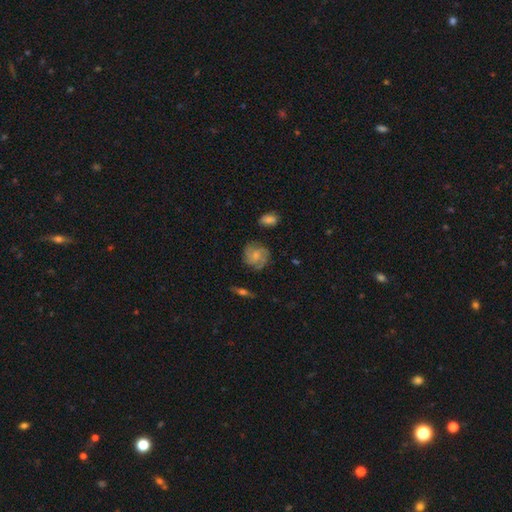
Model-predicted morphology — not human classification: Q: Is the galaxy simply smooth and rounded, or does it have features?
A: featured or disk — 59%.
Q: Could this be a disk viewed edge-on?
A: no — 97%.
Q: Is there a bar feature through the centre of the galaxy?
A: no — 67%.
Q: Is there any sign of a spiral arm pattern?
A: yes — 89%.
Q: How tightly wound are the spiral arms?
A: tight — 46%.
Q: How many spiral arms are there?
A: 2 — 38%.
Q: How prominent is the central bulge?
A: small — 44%.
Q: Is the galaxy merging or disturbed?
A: none — 73%.